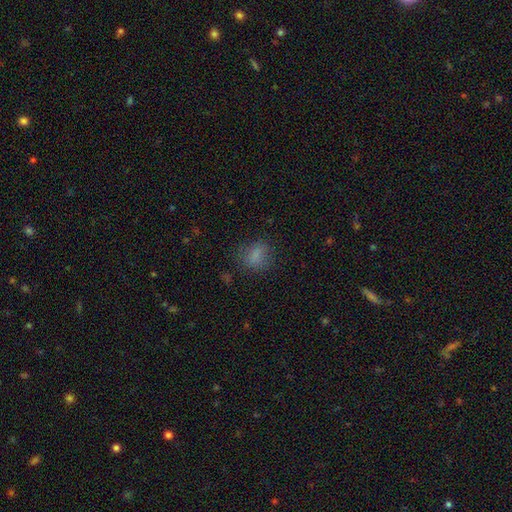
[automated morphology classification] A smooth galaxy with no disk features (78%) that is round (53%).

Vote fractions:
- Smooth or featured? smooth: 78% / star or artifact: 14% / featured or disk: 8%
- How rounded? round: 53% / in between: 45% / cigar-shaped: 2%
- Merging? none: 73% / minor disturbance: 17% / major disturbance: 8% / merger: 1%